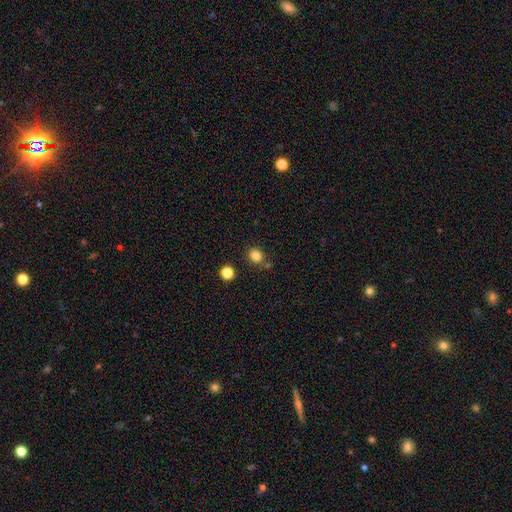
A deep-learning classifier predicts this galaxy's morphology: The model was most divided on "how rounded": round: 75%, in between: 24%, cigar-shaped: 1%. More confident: smooth or featured — smooth (83%); merging — none (79%).